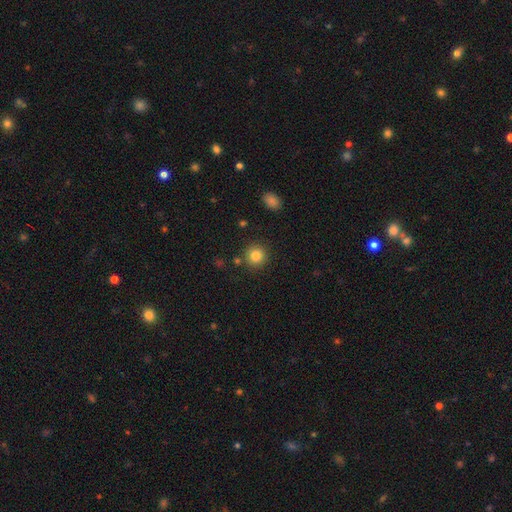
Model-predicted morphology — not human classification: A smooth galaxy with no disk features (83%) that is round (93%). Merging: none (87%).